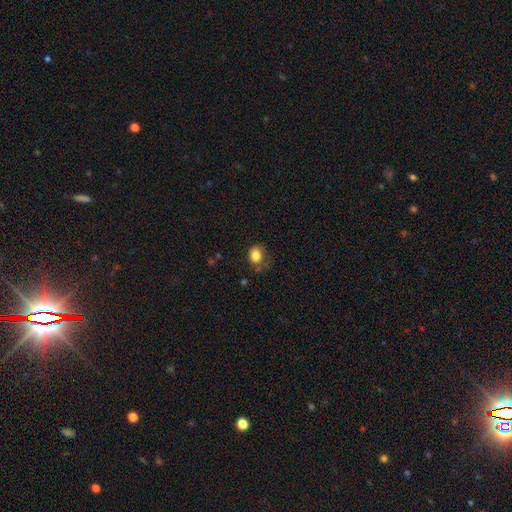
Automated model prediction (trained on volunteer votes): Smooth or featured: smooth — 82% (star or artifact — 10%)
How rounded: round — 55% (in between — 44%)
Merging: none — 57% (minor disturbance — 27%)